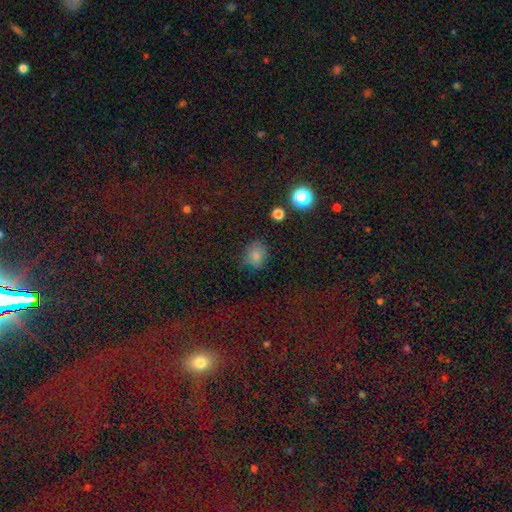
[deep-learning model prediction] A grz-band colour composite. It shows a smooth galaxy with no disk features (77%) that is round (68%). Merging: none (71%).